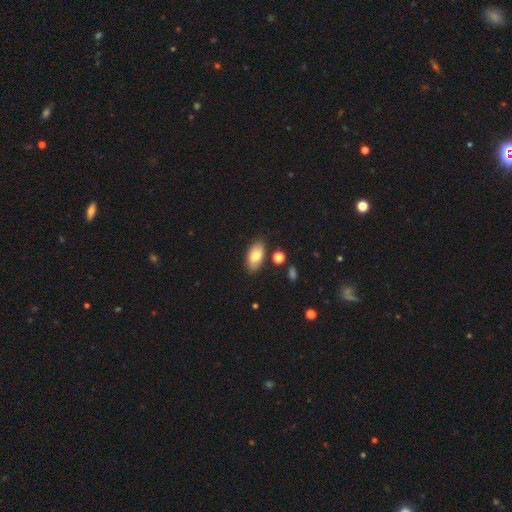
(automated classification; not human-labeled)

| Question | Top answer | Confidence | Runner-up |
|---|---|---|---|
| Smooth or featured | smooth | 76% | featured or disk (16%) |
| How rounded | in between | 92% | round (4%) |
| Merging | none | 81% | minor disturbance (12%) |